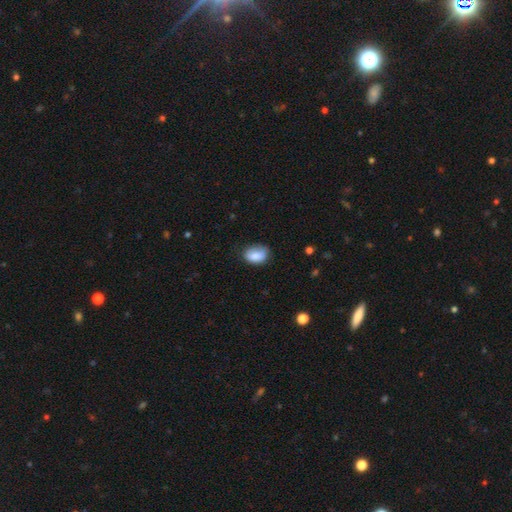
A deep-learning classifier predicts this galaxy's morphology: Smooth or featured? smooth (83%)
How rounded? in between (78%)
Merging? none (64%)